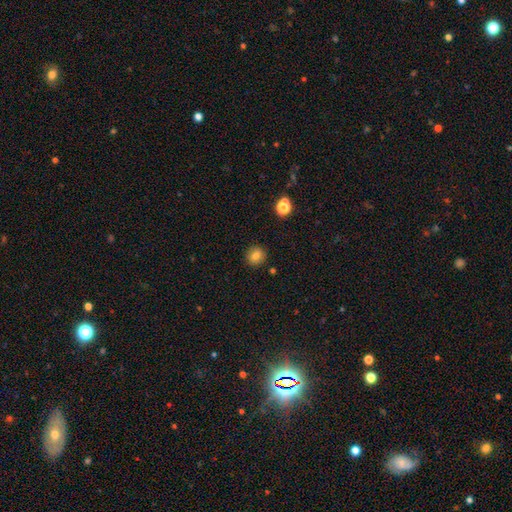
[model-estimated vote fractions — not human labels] Smooth or featured? smooth (80%)
How rounded? round (88%)
Merging? none (89%)